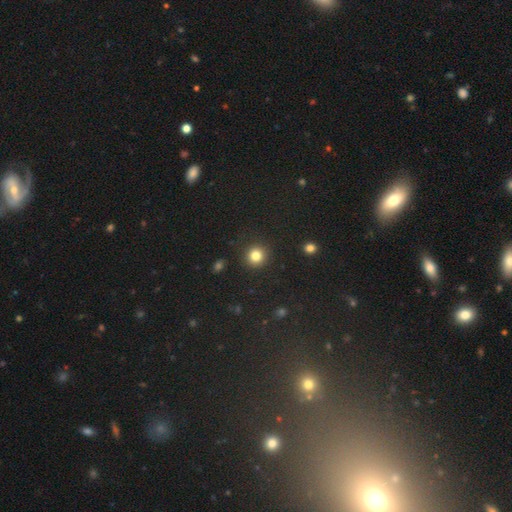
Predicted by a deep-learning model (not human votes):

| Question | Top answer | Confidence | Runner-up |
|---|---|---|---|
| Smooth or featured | smooth | 83% | star or artifact (12%) |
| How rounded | round | 92% | in between (7%) |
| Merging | none | 91% | minor disturbance (5%) |